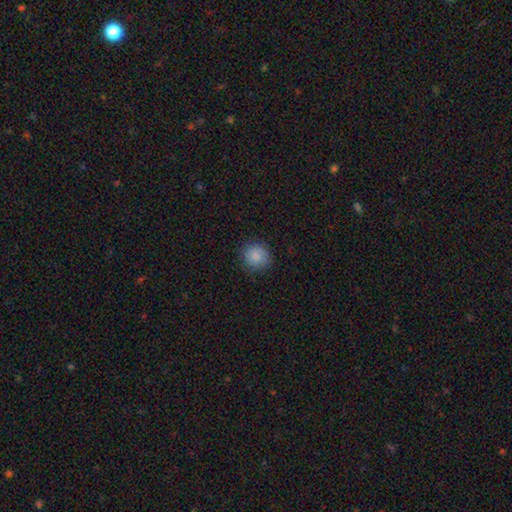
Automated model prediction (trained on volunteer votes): Smooth or featured: smooth — 87% (star or artifact — 9%)
How rounded: round — 88% (in between — 11%)
Merging: none — 86% (minor disturbance — 11%)